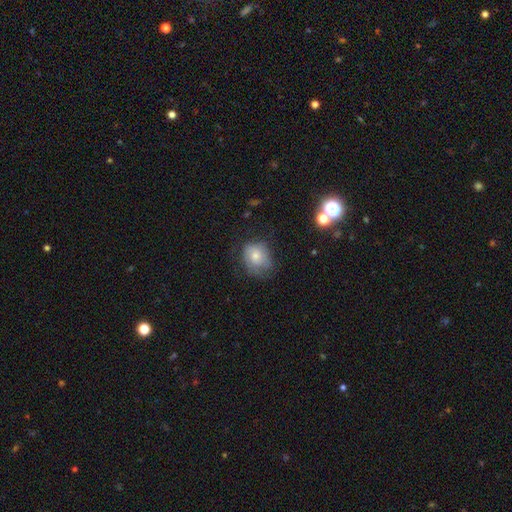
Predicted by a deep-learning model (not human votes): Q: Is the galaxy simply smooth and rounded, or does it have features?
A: smooth — 62%.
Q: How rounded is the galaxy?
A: round — 59%.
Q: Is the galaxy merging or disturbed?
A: none — 55%.